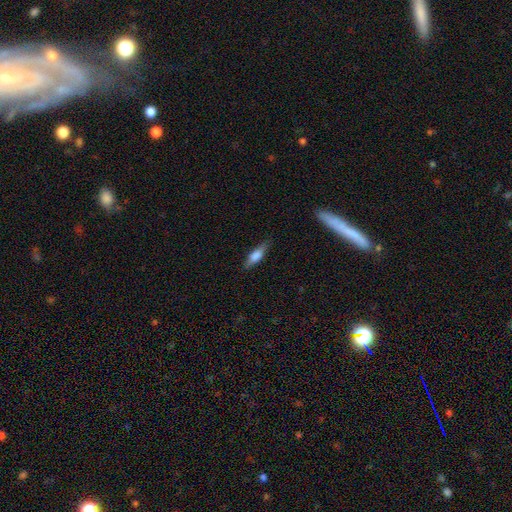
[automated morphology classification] smooth-or-featured: smooth: 70% | featured or disk: 23% | star or artifact: 7%
  how-rounded: cigar-shaped: 55% | in between: 43% | round: 2%
  merging: none: 81% | minor disturbance: 15% | major disturbance: 3% | merger: 1%